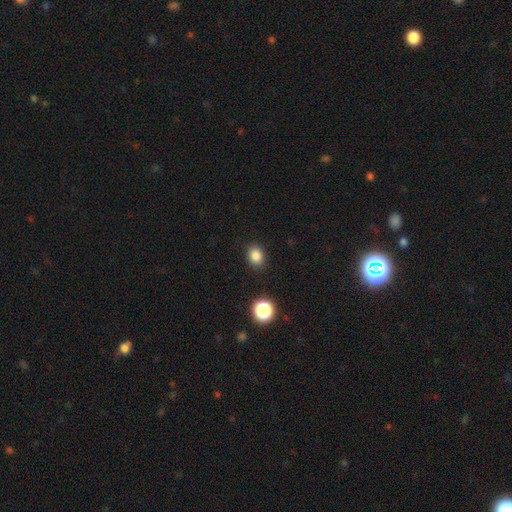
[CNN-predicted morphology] Smooth or featured? smooth (84%)
How rounded? in between (55%)
Merging? none (88%)